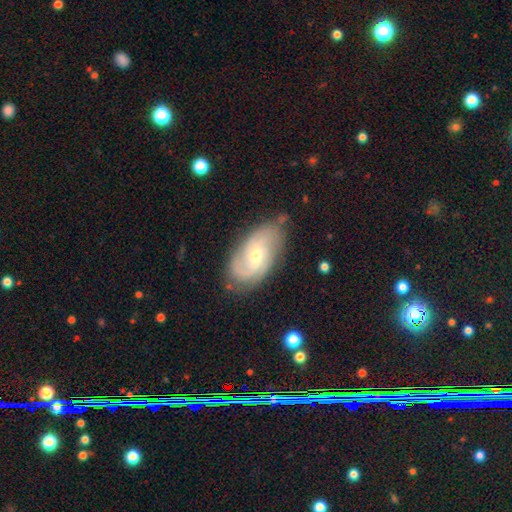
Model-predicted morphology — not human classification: Q: Smooth or featured?
A: featured or disk (80%); runner-up: smooth (14%)
Q: Edge-on disk?
A: no (95%); runner-up: yes (5%)
Q: Bar?
A: no (46%); runner-up: weak (45%)
Q: Spiral arms?
A: yes (95%); runner-up: no (5%)
Q: Spiral winding?
A: medium (44%); runner-up: tight (38%)
Q: Spiral arm count?
A: 2 (47%); runner-up: 3 (22%)
Q: Bulge size?
A: small (53%); runner-up: moderate (44%)
Q: Merging?
A: none (76%); runner-up: minor disturbance (18%)